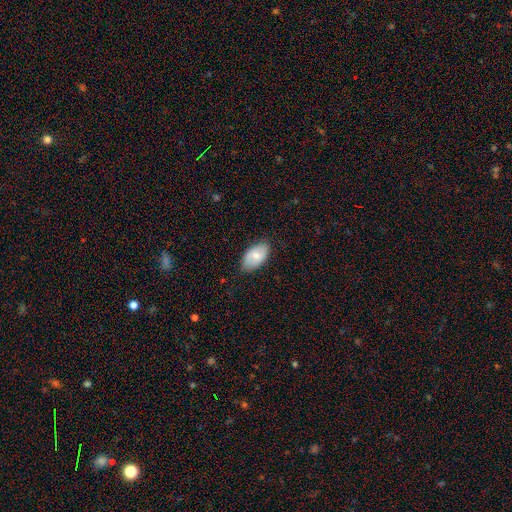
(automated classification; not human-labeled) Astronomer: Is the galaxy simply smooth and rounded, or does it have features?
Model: smooth — 70%.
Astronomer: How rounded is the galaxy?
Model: in between — 95%.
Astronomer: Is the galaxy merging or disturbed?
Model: none — 81%.